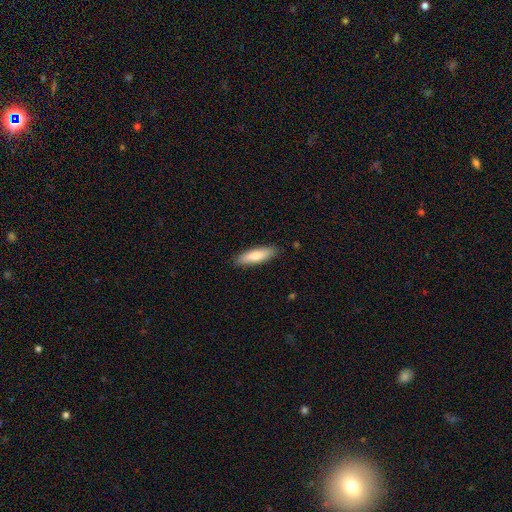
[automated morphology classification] The model was most divided on "how rounded": cigar-shaped: 57%, in between: 41%, round: 2%. More confident: merging — none (88%); smooth or featured — smooth (79%).